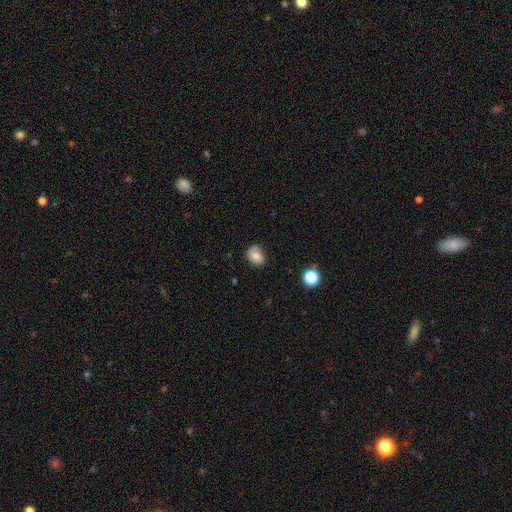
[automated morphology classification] A smooth galaxy with no disk features (78%) that is in between round and cigar-shaped (53%).

Vote fractions:
- Smooth or featured? smooth: 78% / featured or disk: 12% / star or artifact: 10%
- How rounded? in between: 53% / round: 46% / cigar-shaped: 1%
- Merging? none: 71% / minor disturbance: 23% / major disturbance: 4% / merger: 2%